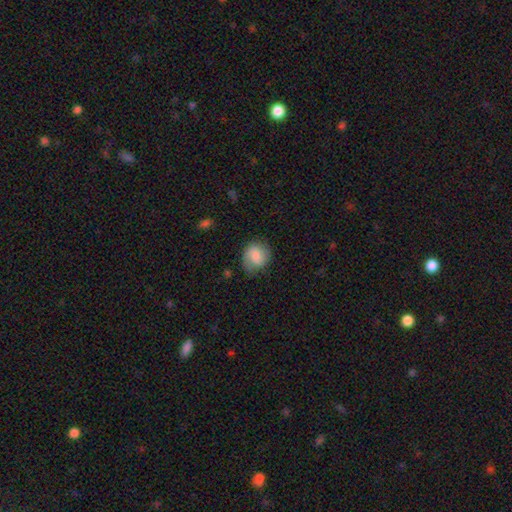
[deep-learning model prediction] Smooth or featured? Predicted: smooth (p=0.67). How rounded? Predicted: round (p=0.65). Merging? Predicted: none (p=0.70).